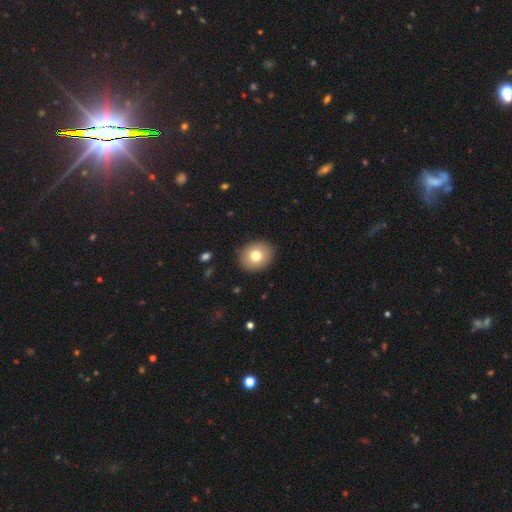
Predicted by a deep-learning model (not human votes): A smooth galaxy with no disk features (76%) that is round (74%). Merging: none (90%).